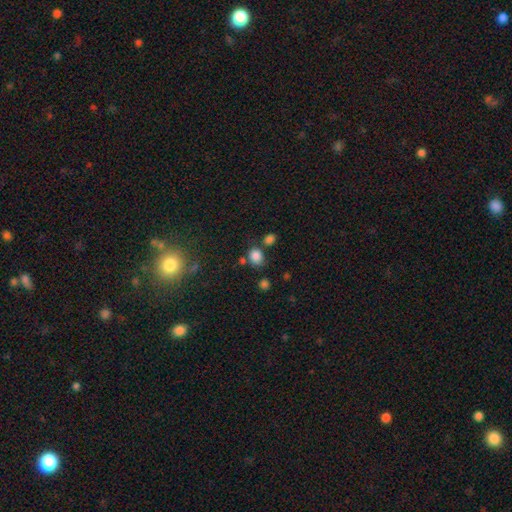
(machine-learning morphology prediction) A smooth galaxy with no disk features (82%) that is round (60%).

Vote fractions:
- Smooth or featured? smooth: 82% / star or artifact: 13% / featured or disk: 5%
- How rounded? round: 60% / in between: 39% / cigar-shaped: 1%
- Merging? none: 67% / minor disturbance: 14% / merger: 13% / major disturbance: 5%